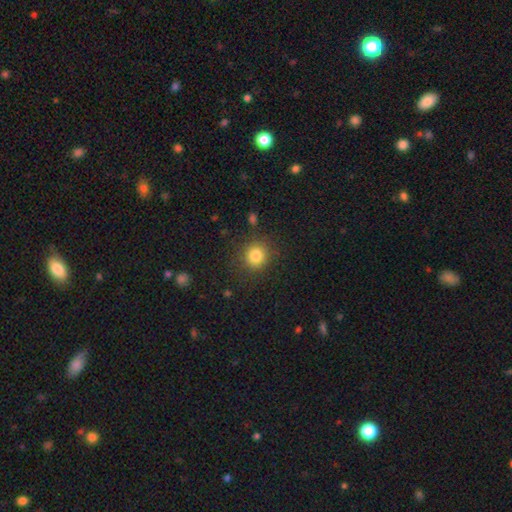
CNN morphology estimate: smooth 82%, star or artifact 11%, featured or disk 6%. Down the decision tree: how rounded — round (85%); merging — none (86%).